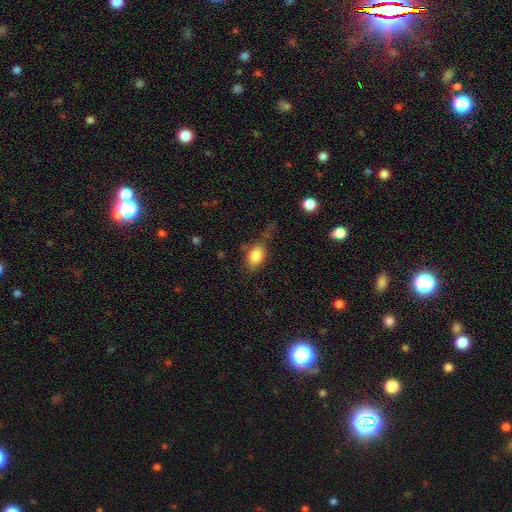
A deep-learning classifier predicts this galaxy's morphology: A smooth galaxy with no disk features (82%) that is in between round and cigar-shaped (79%). Merging: none (56%).